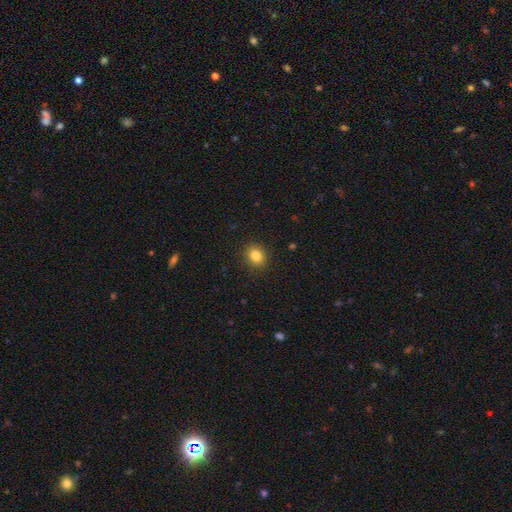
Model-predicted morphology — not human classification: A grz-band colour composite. It shows a smooth galaxy with no disk features (84%) that is round (64%). Merging: none (90%).